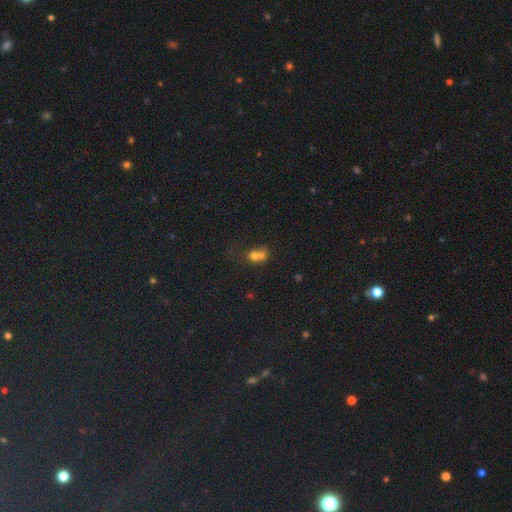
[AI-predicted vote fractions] A smooth galaxy with no disk features (64%) that is round (66%).

Vote fractions:
- Smooth or featured? smooth: 64% / featured or disk: 19% / star or artifact: 17%
- How rounded? round: 66% / in between: 33% / cigar-shaped: 1%
- Merging? merger: 67% / none: 22% / minor disturbance: 7% / major disturbance: 5%